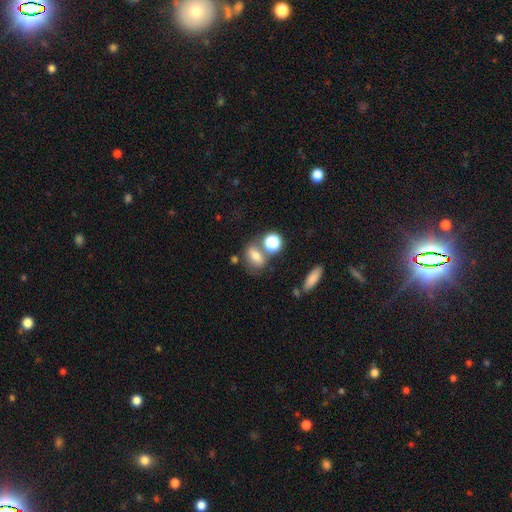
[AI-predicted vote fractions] This is likely a smooth galaxy (70%). How rounded: likely in between (72%). Merging: possibly none (52%).